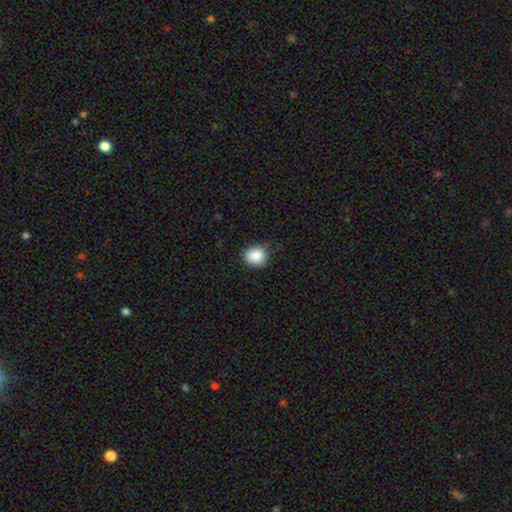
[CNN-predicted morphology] This is clearly a smooth galaxy (87%). How rounded: likely round (65%). Merging: likely none (76%).